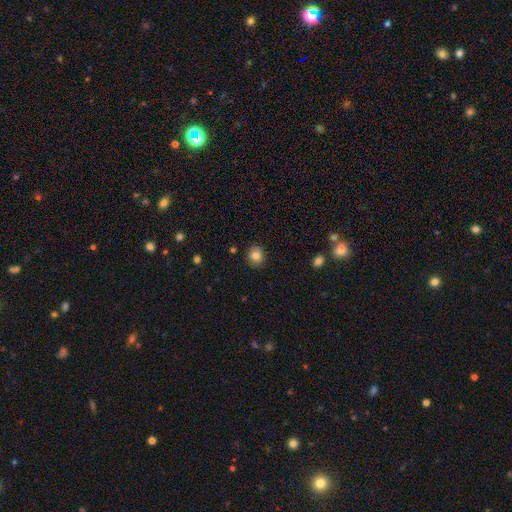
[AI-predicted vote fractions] This is clearly a smooth galaxy (82%). How rounded: likely round (78%). Merging: clearly none (88%).